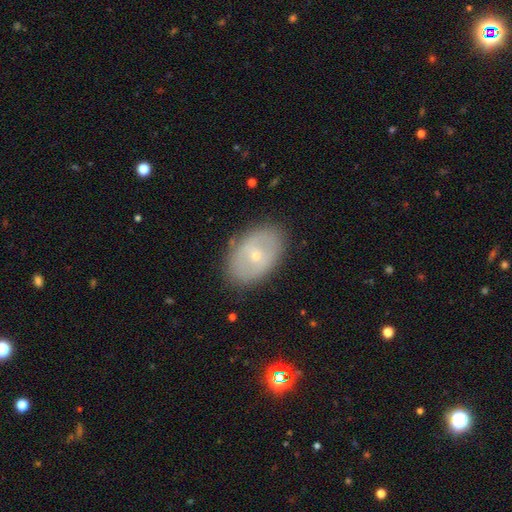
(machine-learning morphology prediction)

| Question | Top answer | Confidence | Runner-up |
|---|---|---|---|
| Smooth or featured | featured or disk | 51% | smooth (40%) |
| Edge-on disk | no | 91% | yes (9%) |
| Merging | none | 83% | minor disturbance (12%) |